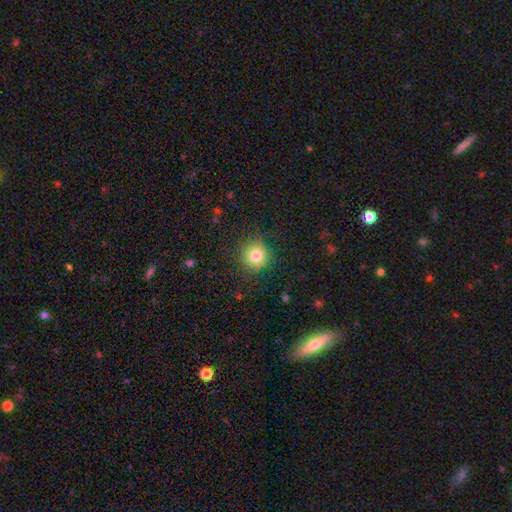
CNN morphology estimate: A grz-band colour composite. It shows a smooth galaxy with no disk features (80%) that is round (93%). Merging: none (87%).